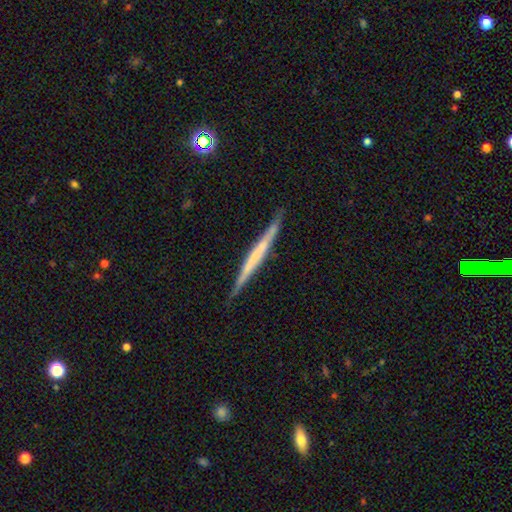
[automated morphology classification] featured or disk 61%, smooth 34%, star or artifact 6%. Down the decision tree: edge-on disk — yes (97%); edge-on bulge — none (75%); merging — none (86%).